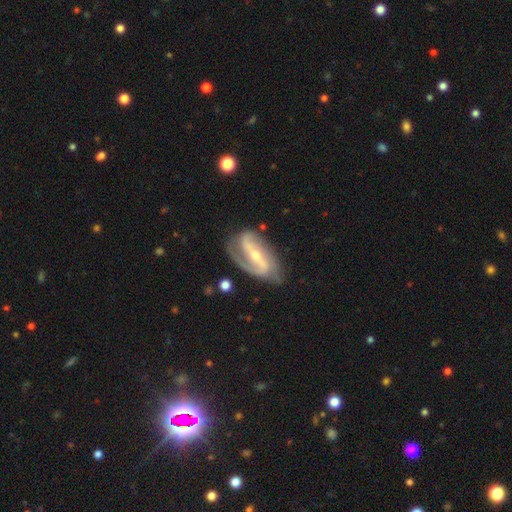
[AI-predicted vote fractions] Overall: featured or disk (88%). Edge-on disk: no (94%). Bar: strong (58%; weak 26%). Spiral arms: yes (95%). Spiral arm count: 2 (83%). Spiral winding: medium (44%; loose 30%). Bulge size: small (60%; moderate 36%). Merging: none (69%).